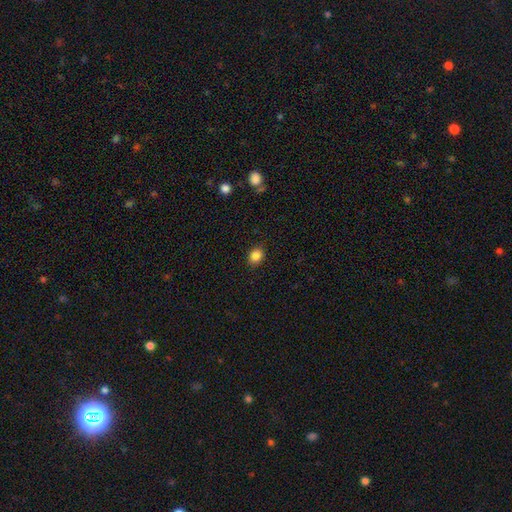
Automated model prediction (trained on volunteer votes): Smooth or featured?
  - smooth: 85% *
  - star or artifact: 10%
  - featured or disk: 5%
How rounded?
  - in between: 52% *
  - round: 47%
  - cigar-shaped: 1%
Merging?
  - none: 88% *
  - minor disturbance: 9%
  - major disturbance: 2%
  - merger: 1%